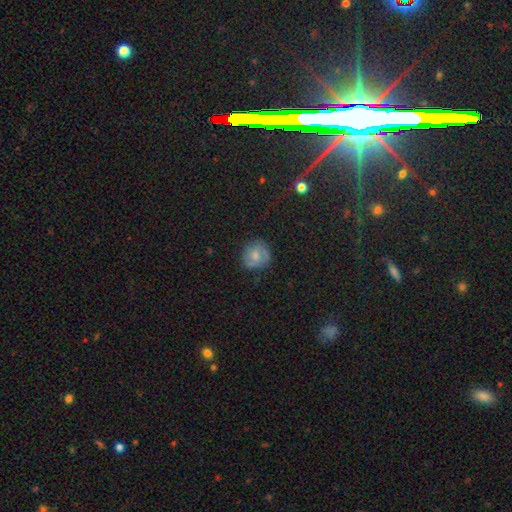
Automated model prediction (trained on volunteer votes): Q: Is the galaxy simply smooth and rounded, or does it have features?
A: smooth — 68%.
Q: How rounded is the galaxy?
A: round — 85%.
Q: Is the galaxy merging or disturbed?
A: none — 71%.